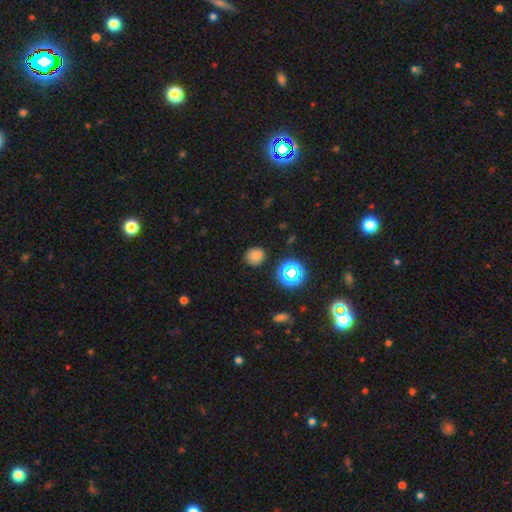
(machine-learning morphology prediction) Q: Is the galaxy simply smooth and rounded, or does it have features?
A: smooth — 75%.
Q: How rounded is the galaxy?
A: round — 82%.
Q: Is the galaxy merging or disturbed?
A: none — 83%.